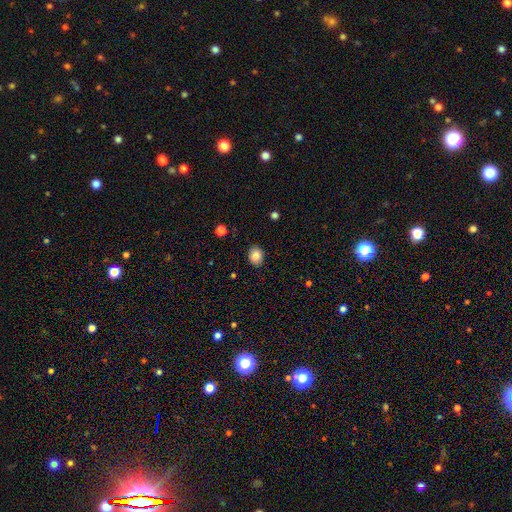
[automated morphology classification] A smooth galaxy with no disk features (84%) that is in between round and cigar-shaped (50%).

Vote fractions:
- Smooth or featured? smooth: 84% / star or artifact: 9% / featured or disk: 7%
- How rounded? in between: 50% / round: 49% / cigar-shaped: 1%
- Merging? none: 89% / minor disturbance: 8% / major disturbance: 2% / merger: 1%